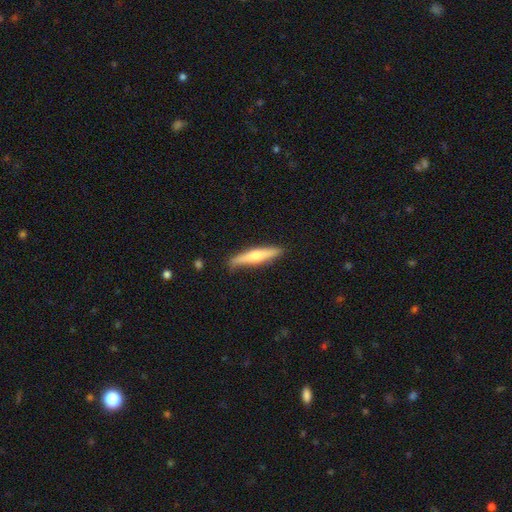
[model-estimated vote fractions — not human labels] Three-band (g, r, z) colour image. It shows a featured or disk galaxy (52%) viewed edge-on (95%). Merging: none (89%).